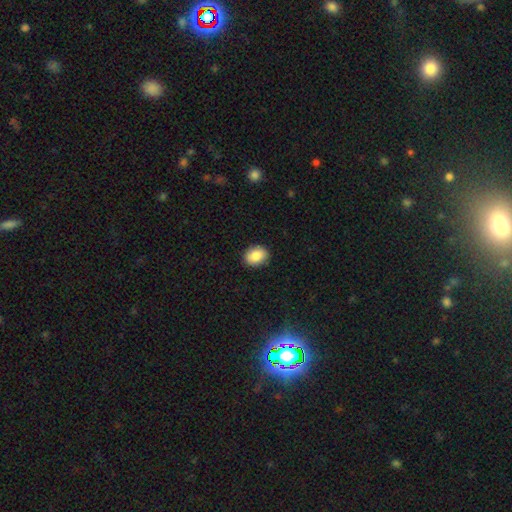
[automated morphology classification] type=smooth (87%); roundness=in between (60%); merging=none (90%).